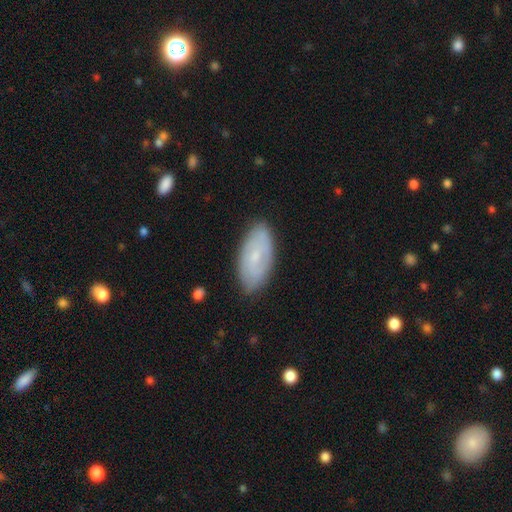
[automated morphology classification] Smooth or featured? Predicted: smooth (p=0.50). How rounded? Predicted: in between (p=0.92). Merging? Predicted: none (p=0.84).